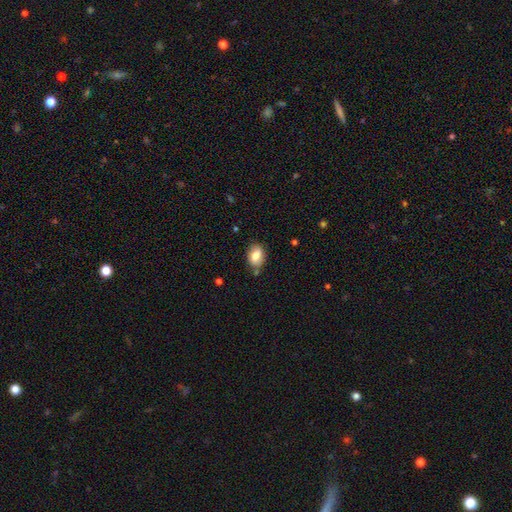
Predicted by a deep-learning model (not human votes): smooth_or_featured: smooth (p=0.76) [alt: featured or disk p=0.16]
how_rounded: in between (p=0.77) [alt: round p=0.22]
merging: none (p=0.74) [alt: minor disturbance p=0.18]